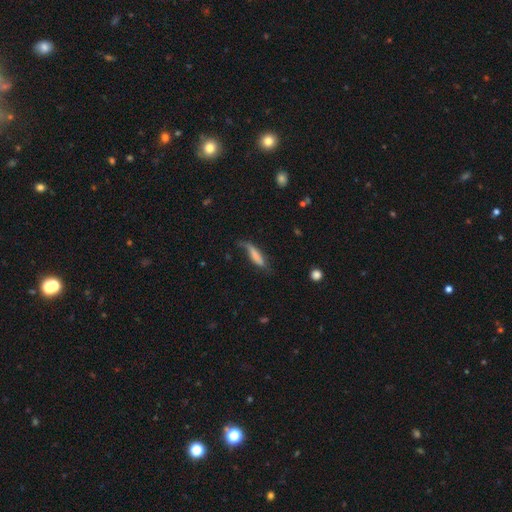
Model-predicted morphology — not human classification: type=smooth (70%); roundness=cigar-shaped (71%); merging=none (42%).